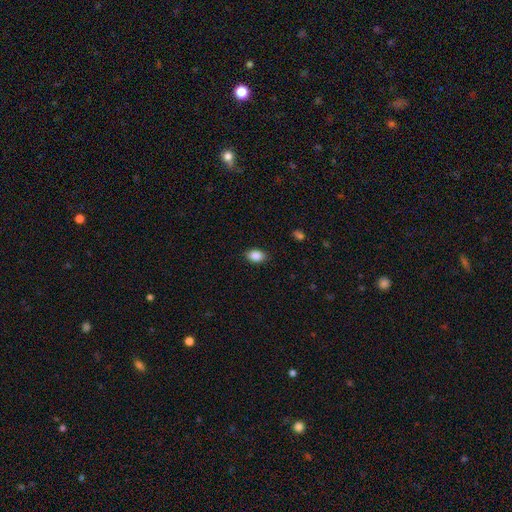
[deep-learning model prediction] Smooth or featured?
  - smooth: 88% *
  - star or artifact: 8%
  - featured or disk: 4%
How rounded?
  - in between: 81% *
  - round: 17%
  - cigar-shaped: 1%
Merging?
  - none: 87% *
  - minor disturbance: 9%
  - major disturbance: 2%
  - merger: 1%